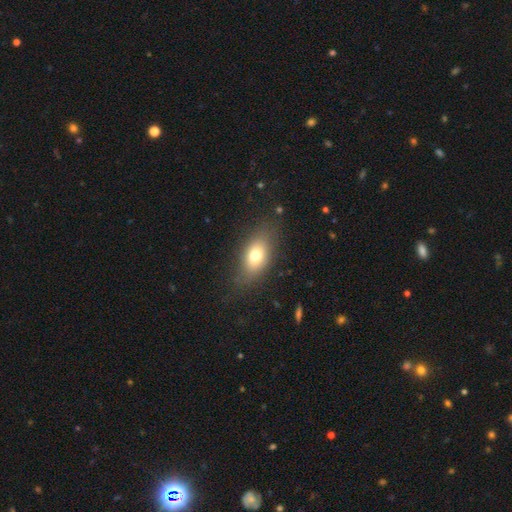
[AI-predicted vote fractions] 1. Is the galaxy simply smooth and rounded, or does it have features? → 73% smooth, 17% featured or disk, 10% star or artifact.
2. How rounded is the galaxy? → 81% in between, 13% round, 6% cigar-shaped.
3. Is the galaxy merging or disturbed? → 77% none, 16% minor disturbance, 6% major disturbance, 1% merger.